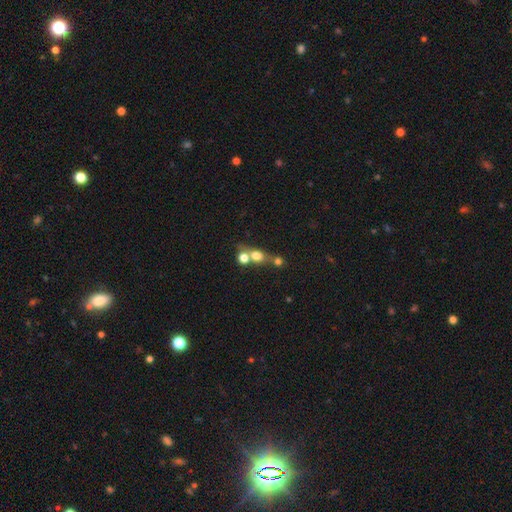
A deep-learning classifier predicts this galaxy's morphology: type=smooth (68%); roundness=round (69%); merging=merger (51%).